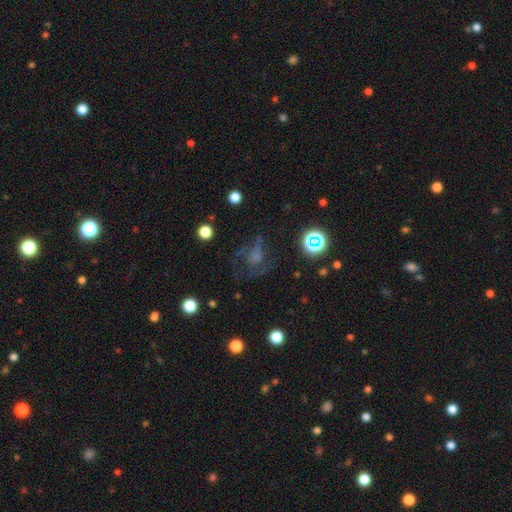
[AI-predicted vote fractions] Overall: featured or disk (40%; smooth 35%). Merging: none (47%; major disturbance 31%).